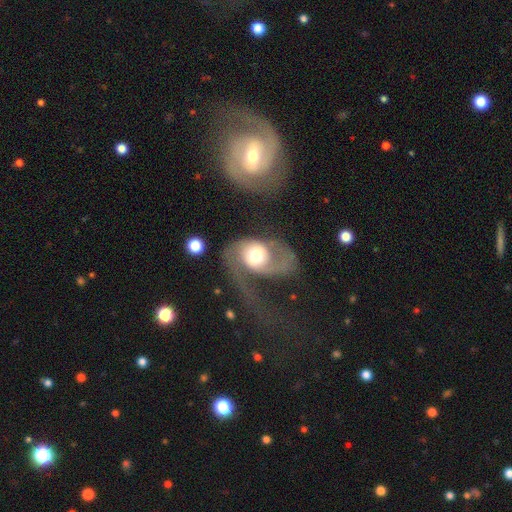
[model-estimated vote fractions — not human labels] Q: Smooth or featured?
A: featured or disk (75%); runner-up: smooth (19%)
Q: Edge-on disk?
A: no (97%); runner-up: yes (3%)
Q: Bar?
A: no (71%); runner-up: weak (23%)
Q: Spiral arms?
A: yes (90%); runner-up: no (10%)
Q: Spiral winding?
A: loose (47%); runner-up: medium (37%)
Q: Spiral arm count?
A: 2 (53%); runner-up: 1 (38%)
Q: Bulge size?
A: moderate (56%); runner-up: large (32%)
Q: Merging?
A: major disturbance (58%); runner-up: none (23%)